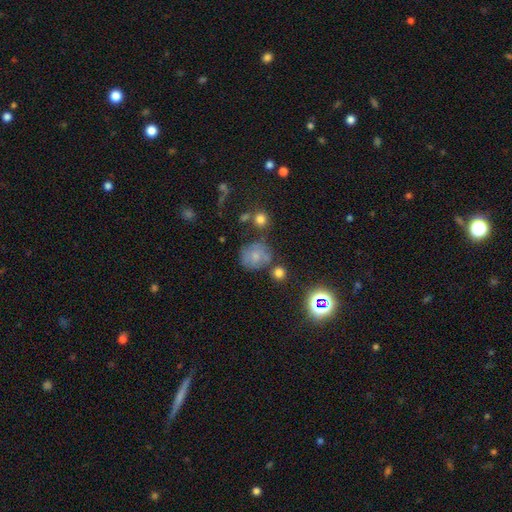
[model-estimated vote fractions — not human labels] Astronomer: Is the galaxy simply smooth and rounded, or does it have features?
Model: smooth — 59%.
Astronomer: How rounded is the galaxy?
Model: round — 79%.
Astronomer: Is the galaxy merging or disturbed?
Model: none — 55%.